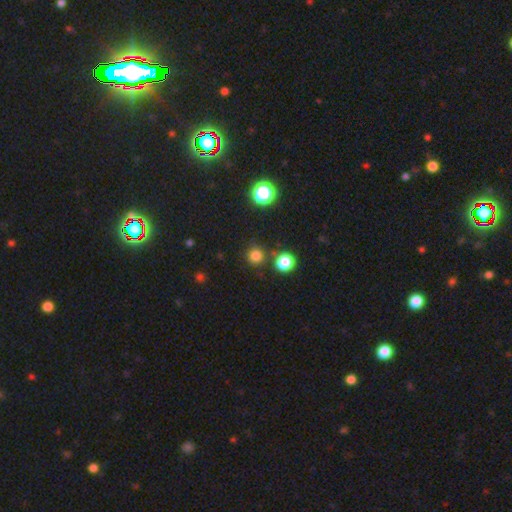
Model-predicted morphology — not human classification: This is likely a smooth galaxy (77%). How rounded: clearly round (94%). Merging: clearly none (82%).